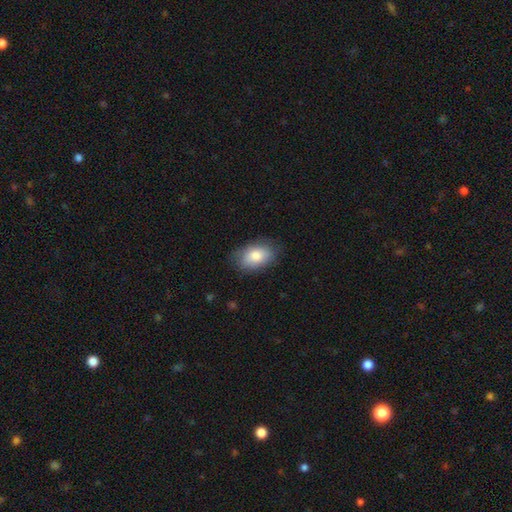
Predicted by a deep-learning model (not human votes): Smooth or featured? Predicted: smooth (p=0.81). How rounded? Predicted: in between (p=0.90). Merging? Predicted: none (p=0.79).